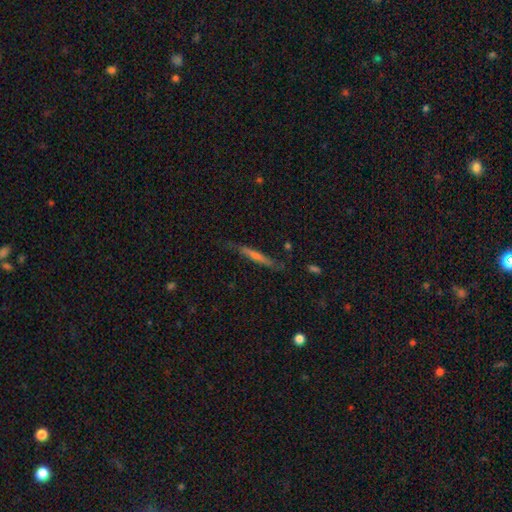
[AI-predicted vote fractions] This is possibly a featured or disk galaxy (49%). Merging: likely none (77%).